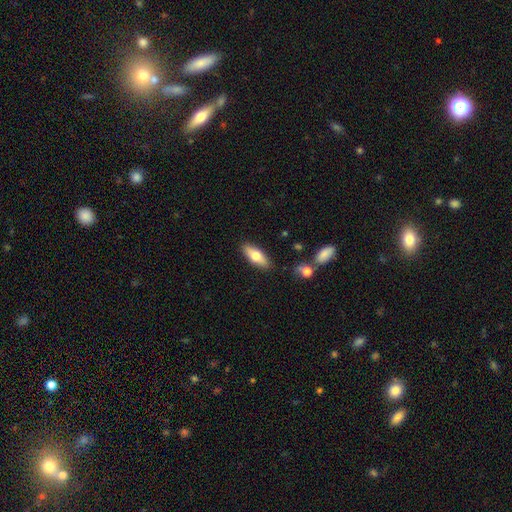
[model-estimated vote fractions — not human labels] Q: Smooth or featured?
A: smooth (66%); runner-up: featured or disk (28%)
Q: How rounded?
A: in between (64%); runner-up: cigar-shaped (33%)
Q: Merging?
A: none (86%); runner-up: minor disturbance (9%)